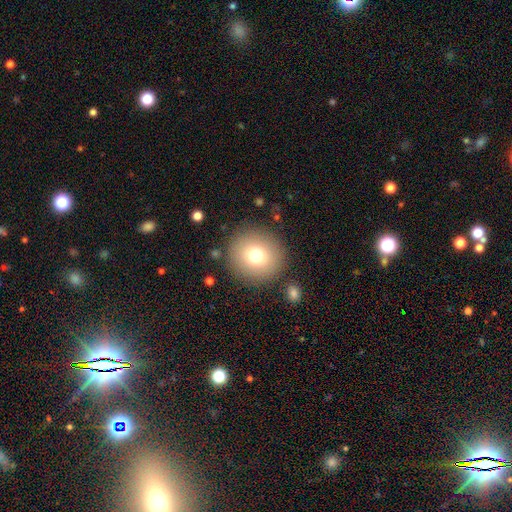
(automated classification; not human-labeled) Overall: smooth (75%). How rounded: round (93%). Merging: none (87%).